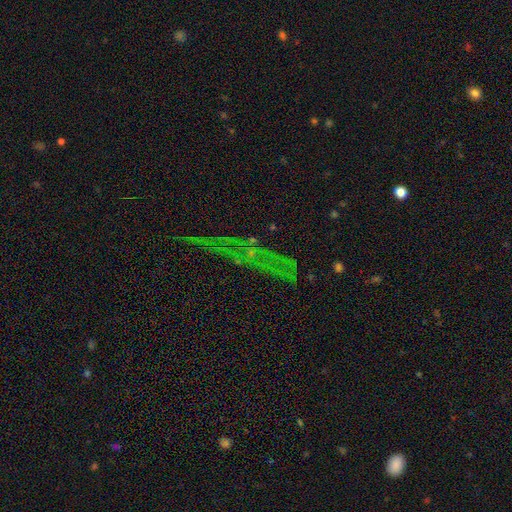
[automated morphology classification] Smooth or featured? Predicted: star or artifact (p=0.59).